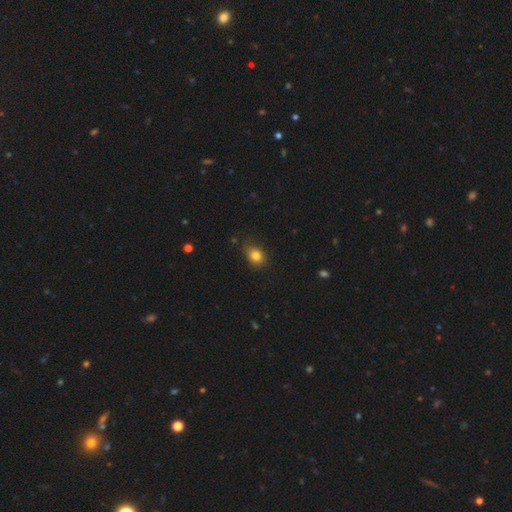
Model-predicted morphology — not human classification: This appears to be a smooth galaxy with no disk features (81%) that is in between round and cigar-shaped (53%). Merging: none (73%).